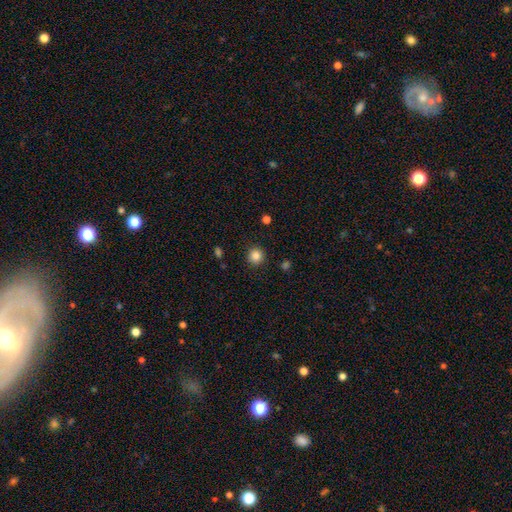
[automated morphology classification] A smooth galaxy with no disk features (85%) that is round (93%).

Vote fractions:
- Smooth or featured? smooth: 85% / star or artifact: 11% / featured or disk: 4%
- How rounded? round: 93% / in between: 6% / cigar-shaped: 1%
- Merging? none: 91% / minor disturbance: 6% / major disturbance: 2% / merger: 1%